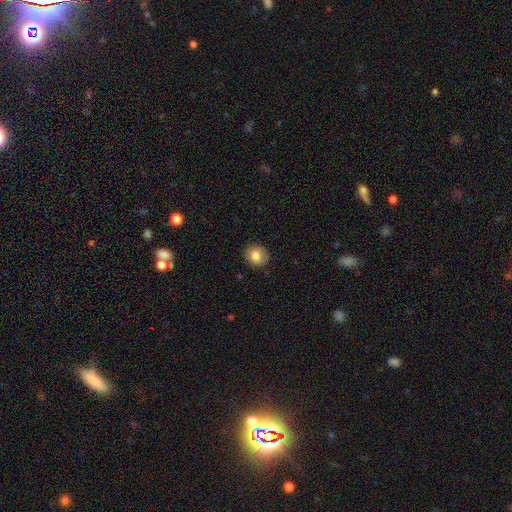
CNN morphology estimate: Q: Smooth or featured?
A: smooth (82%); runner-up: star or artifact (9%)
Q: How rounded?
A: round (82%); runner-up: in between (17%)
Q: Merging?
A: none (89%); runner-up: minor disturbance (8%)